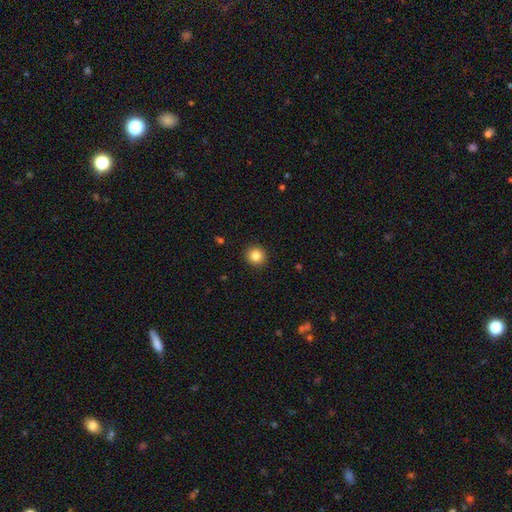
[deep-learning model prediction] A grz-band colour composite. It shows a smooth galaxy with no disk features (85%) that is round (92%). Merging: none (92%).